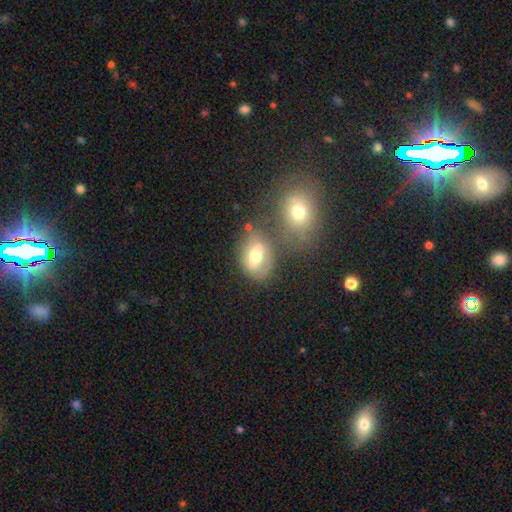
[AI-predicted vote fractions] Morphology: type=smooth (56%); roundness=in between (74%); merging=none (54%).